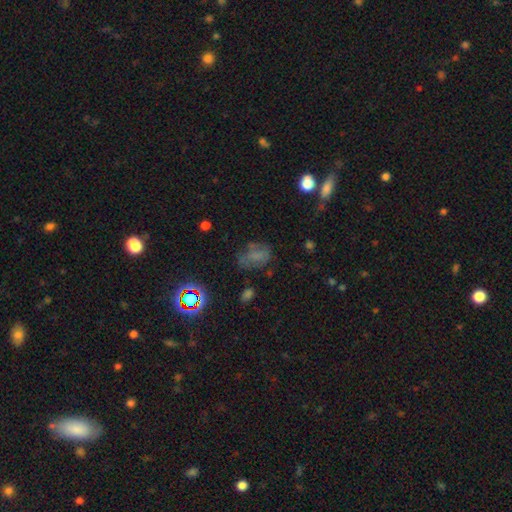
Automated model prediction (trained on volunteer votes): smooth_or_featured: smooth (p=0.49) [alt: star or artifact p=0.26]
merging: none (p=0.50) [alt: minor disturbance p=0.26]